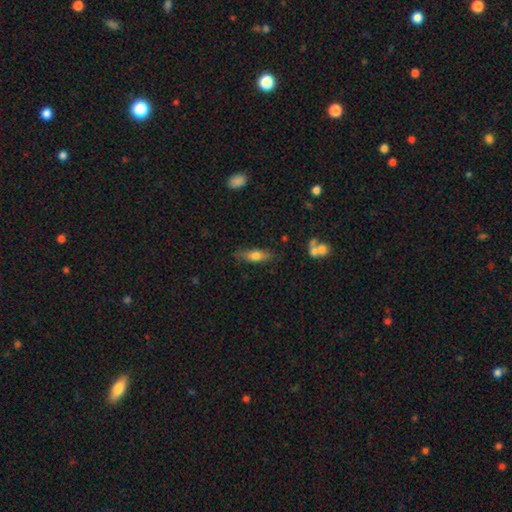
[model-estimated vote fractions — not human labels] Smooth or featured? Predicted: smooth (p=0.64). How rounded? Predicted: cigar-shaped (p=0.49). Merging? Predicted: none (p=0.77).